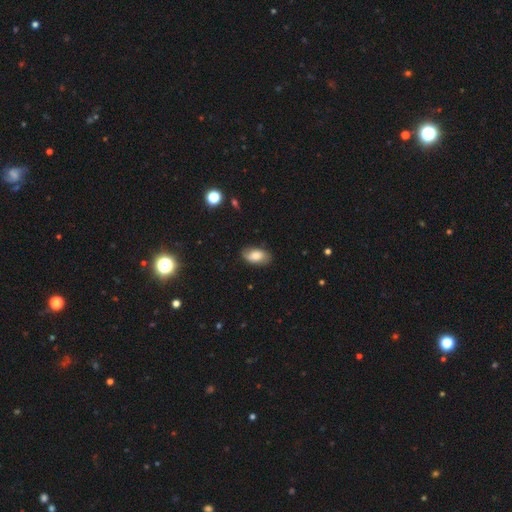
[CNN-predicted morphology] smooth_or_featured: smooth (p=0.72) [alt: featured or disk p=0.20]
how_rounded: in between (p=0.93) [alt: round p=0.05]
merging: none (p=0.80) [alt: minor disturbance p=0.16]